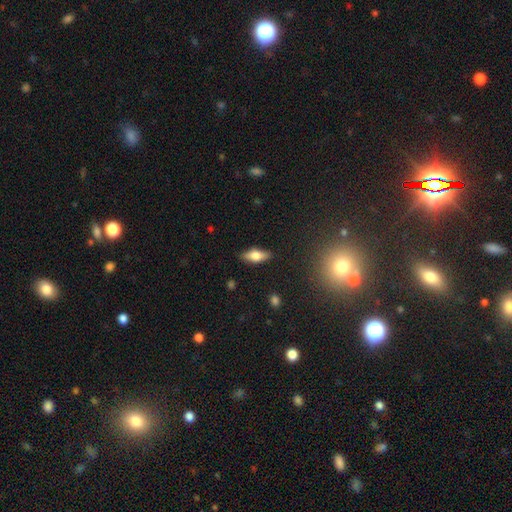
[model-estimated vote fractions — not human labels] Smooth or featured? smooth (57%)
How rounded? in between (69%)
Merging? none (86%)